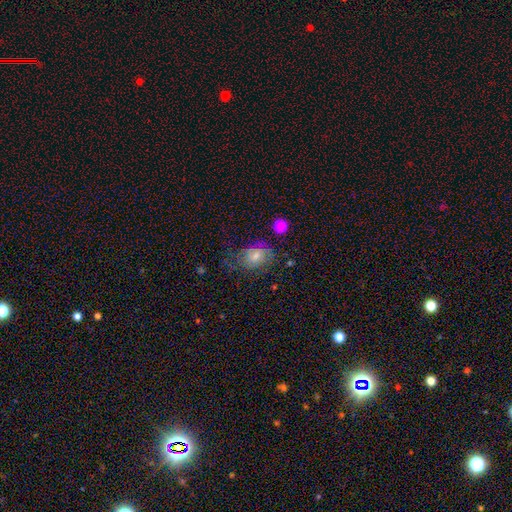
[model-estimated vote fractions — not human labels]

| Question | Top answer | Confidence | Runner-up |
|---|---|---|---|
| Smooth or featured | featured or disk | 49% | smooth (36%) |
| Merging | none | 55% | minor disturbance (24%) |